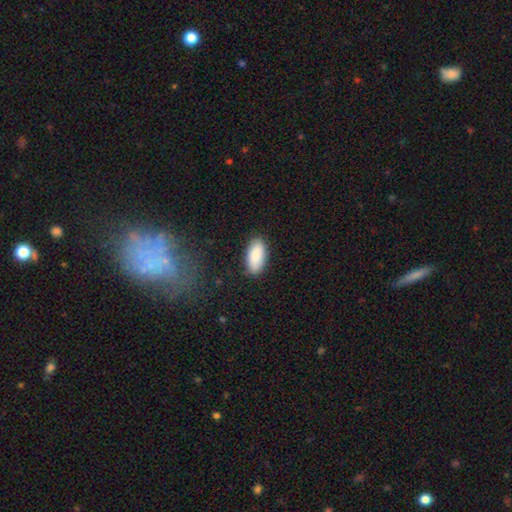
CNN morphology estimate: A smooth galaxy with no disk features (90%) that is in between round and cigar-shaped (93%).

Vote fractions:
- Smooth or featured? smooth: 90% / star or artifact: 6% / featured or disk: 4%
- How rounded? in between: 93% / cigar-shaped: 5% / round: 2%
- Merging? none: 87% / minor disturbance: 9% / major disturbance: 2% / merger: 1%